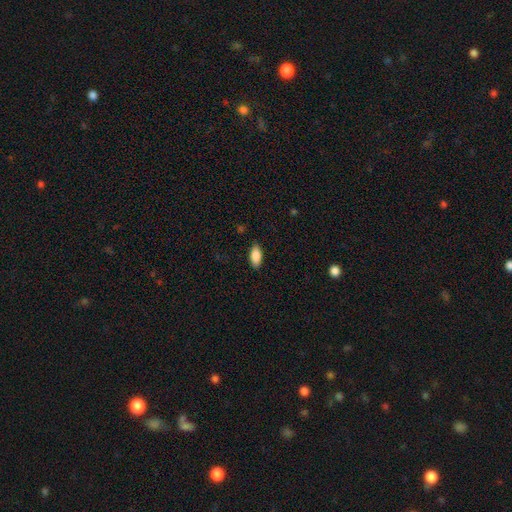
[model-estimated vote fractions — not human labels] A smooth galaxy with no disk features (86%) that is in between round and cigar-shaped (89%). Merging: none (87%).